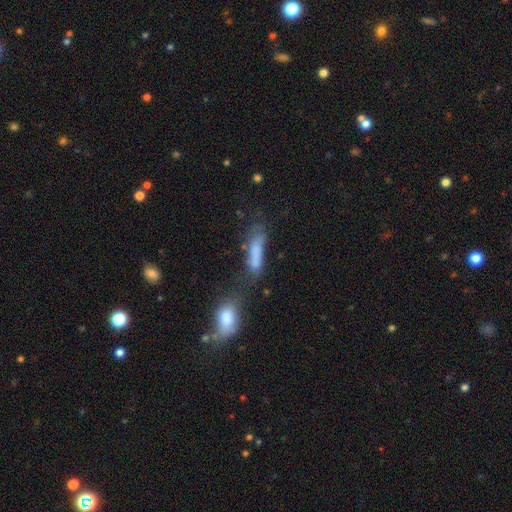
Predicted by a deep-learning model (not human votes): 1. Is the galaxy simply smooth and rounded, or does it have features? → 71% smooth, 18% featured or disk, 11% star or artifact.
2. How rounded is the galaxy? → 60% cigar-shaped, 36% in between, 4% round.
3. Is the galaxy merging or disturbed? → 31% none (tied), 31% merger (tied), 19% minor disturbance, 18% major disturbance.